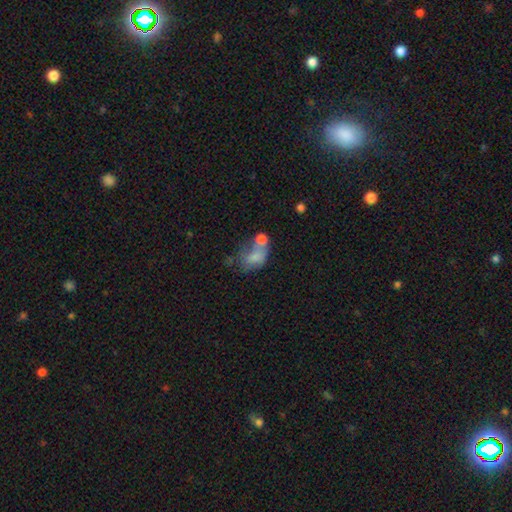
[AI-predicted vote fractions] Q: Smooth or featured?
A: smooth (64%); runner-up: featured or disk (24%)
Q: How rounded?
A: in between (78%); runner-up: round (20%)
Q: Merging?
A: merger (45%); runner-up: major disturbance (23%)